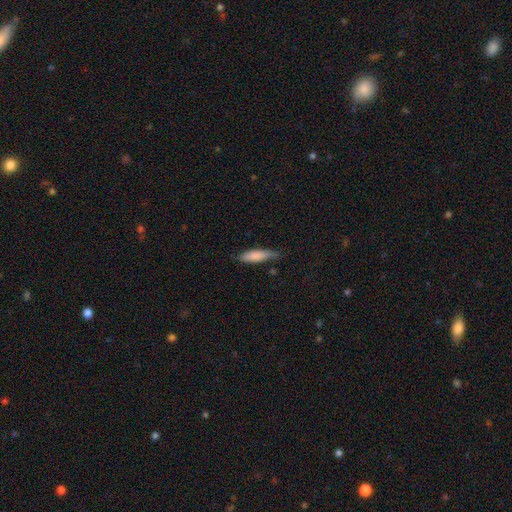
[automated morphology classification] A smooth galaxy with no disk features (80%) that is cigar-shaped (65%). Merging: none (68%).